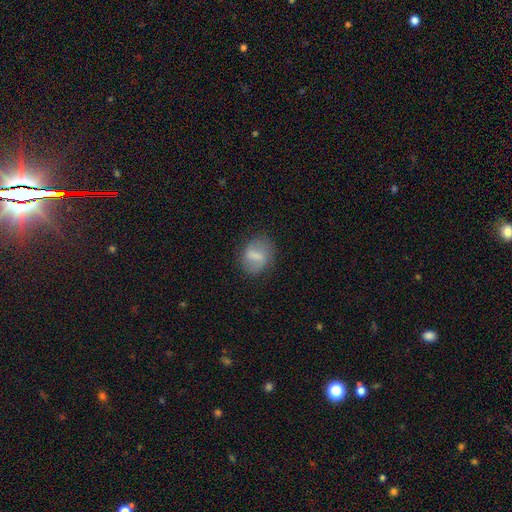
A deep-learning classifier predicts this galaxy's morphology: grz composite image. It shows a smooth galaxy with no disk features (58%) that is in between round and cigar-shaped (51%). Merging: none (75%).